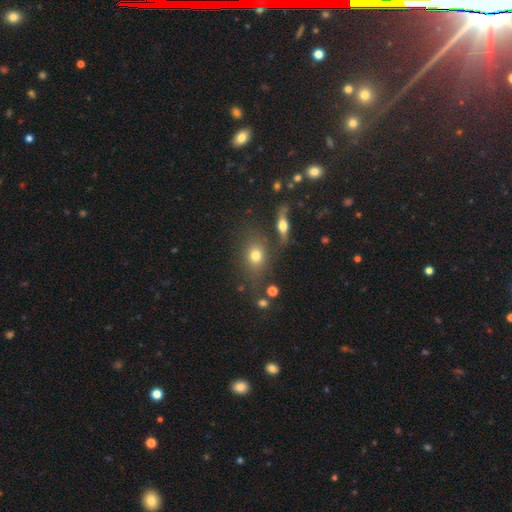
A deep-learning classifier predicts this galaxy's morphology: This is likely a smooth galaxy (72%). How rounded: possibly in between (54%). Merging: likely none (69%).